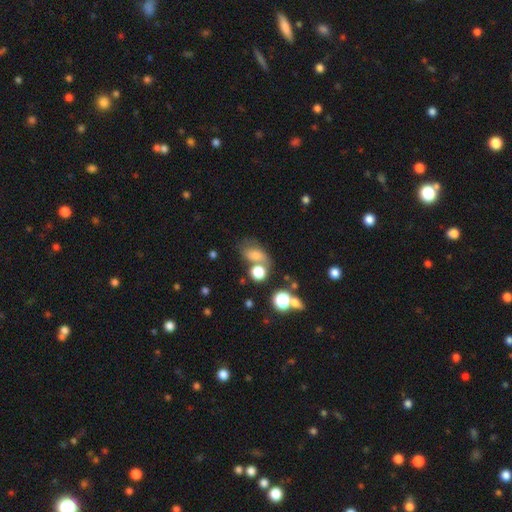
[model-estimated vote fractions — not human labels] Smooth or featured?
  - smooth: 68% *
  - featured or disk: 16%
  - star or artifact: 16%
How rounded?
  - in between: 74% *
  - round: 23%
  - cigar-shaped: 3%
Merging?
  - none: 43% *
  - merger: 27%
  - minor disturbance: 19%
  - major disturbance: 12%